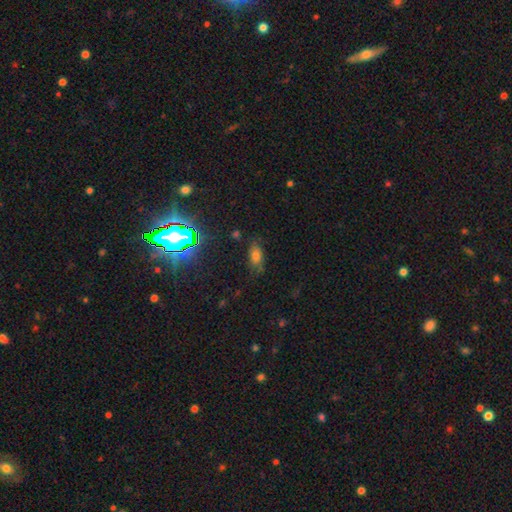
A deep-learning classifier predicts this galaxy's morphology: The model was most divided on "smooth or featured": smooth: 61%, star or artifact: 23%, featured or disk: 16%. More confident: how rounded — in between (85%); merging — none (67%).